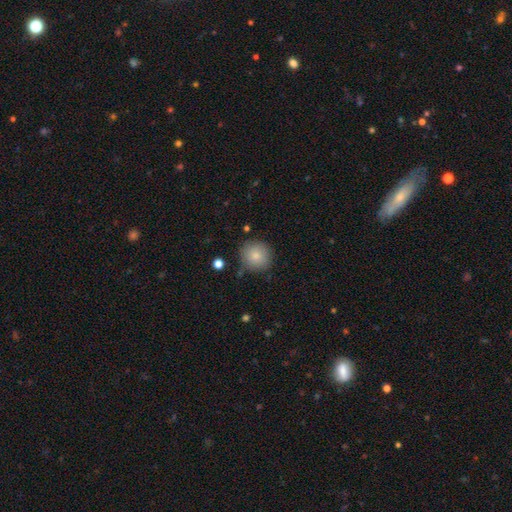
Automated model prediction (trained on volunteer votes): Smooth or featured: smooth — 84% (star or artifact — 9%)
How rounded: round — 92% (in between — 7%)
Merging: none — 82% (minor disturbance — 12%)